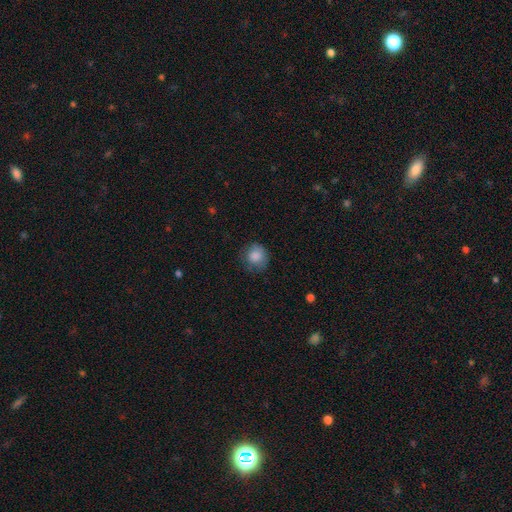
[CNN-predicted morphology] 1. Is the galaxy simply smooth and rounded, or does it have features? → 85% smooth, 8% star or artifact, 7% featured or disk.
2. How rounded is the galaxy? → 84% round, 15% in between, 1% cigar-shaped.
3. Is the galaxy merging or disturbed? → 70% none, 21% minor disturbance, 7% major disturbance, 1% merger.